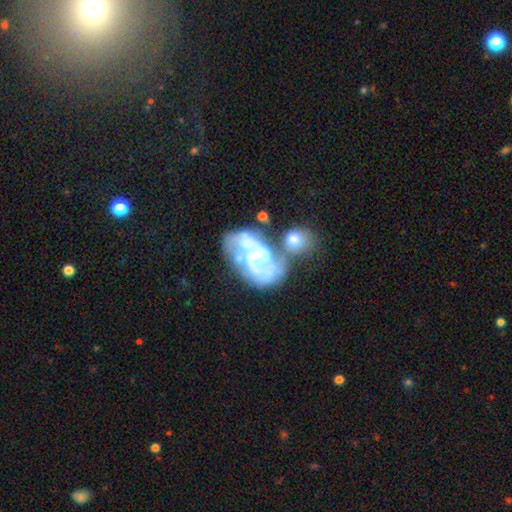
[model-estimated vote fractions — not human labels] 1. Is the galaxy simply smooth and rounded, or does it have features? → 78% featured or disk, 14% smooth, 8% star or artifact.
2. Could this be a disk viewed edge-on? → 97% no, 3% yes.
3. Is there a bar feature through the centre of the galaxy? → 44% no, 38% weak, 18% strong.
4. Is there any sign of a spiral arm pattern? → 68% yes, 32% no.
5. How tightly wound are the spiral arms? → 44% medium, 30% loose, 26% tight.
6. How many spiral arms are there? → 59% 2, 23% can't tell, 9% 1, 5% 3, 2% 4, 2% more than 4.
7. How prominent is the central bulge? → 44% moderate, 28% small, 15% none, 11% large, 2% dominant.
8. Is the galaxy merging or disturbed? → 43% merger, 22% none, 21% major disturbance, 13% minor disturbance.